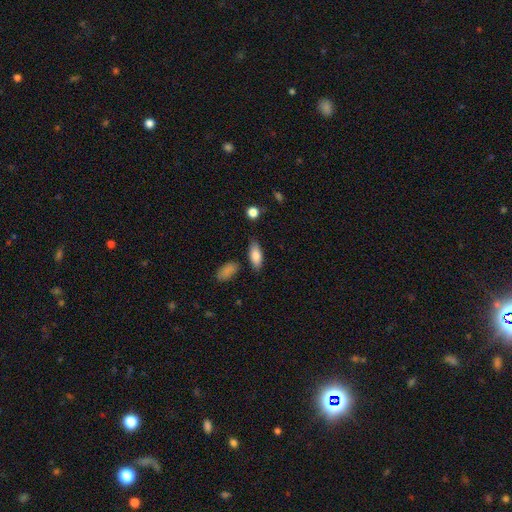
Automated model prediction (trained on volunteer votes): smooth-or-featured: smooth: 82% | featured or disk: 11% | star or artifact: 7%
  how-rounded: in between: 81% | cigar-shaped: 16% | round: 3%
  merging: none: 78% | minor disturbance: 15% | merger: 4% | major disturbance: 3%